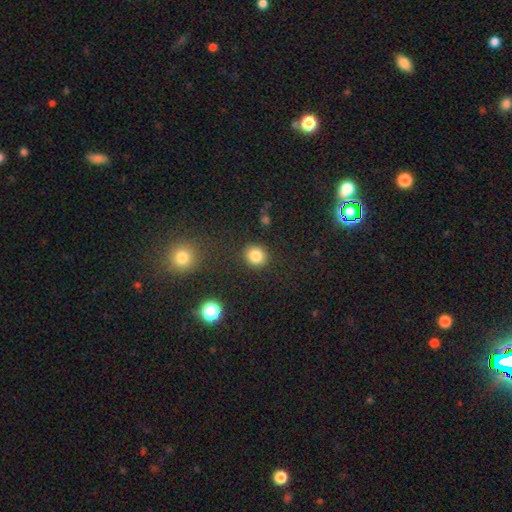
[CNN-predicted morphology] Smooth or featured? Predicted: smooth (p=0.84). How rounded? Predicted: round (p=0.87). Merging? Predicted: none (p=0.89).